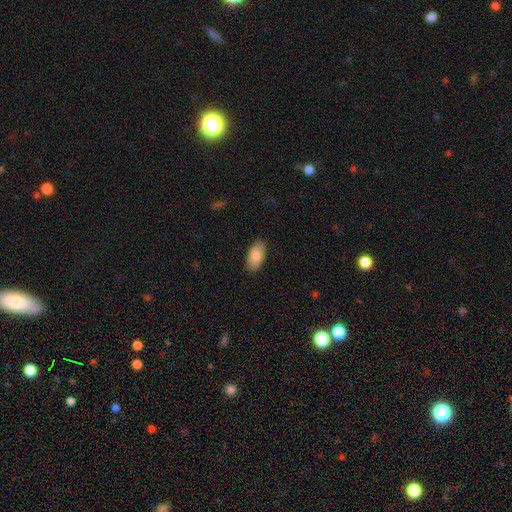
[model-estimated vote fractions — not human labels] smooth-or-featured: smooth: 85% | featured or disk: 9% | star or artifact: 6%
  how-rounded: in between: 94% | cigar-shaped: 3% | round: 3%
  merging: none: 88% | minor disturbance: 9% | major disturbance: 2% | merger: 1%